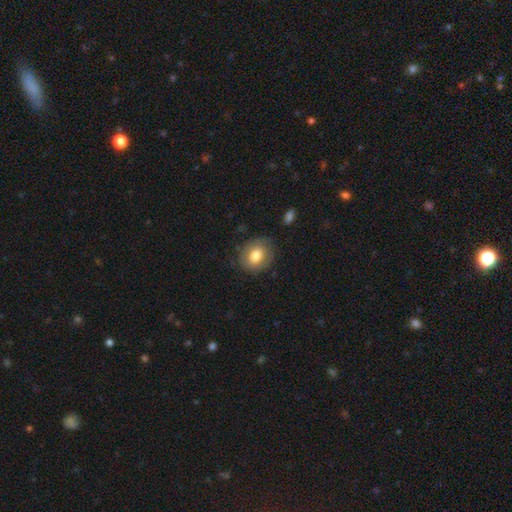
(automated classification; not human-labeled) The model was most divided on "how rounded": round: 51%, in between: 48%, cigar-shaped: 1%. More confident: merging — none (77%); smooth or featured — smooth (73%).